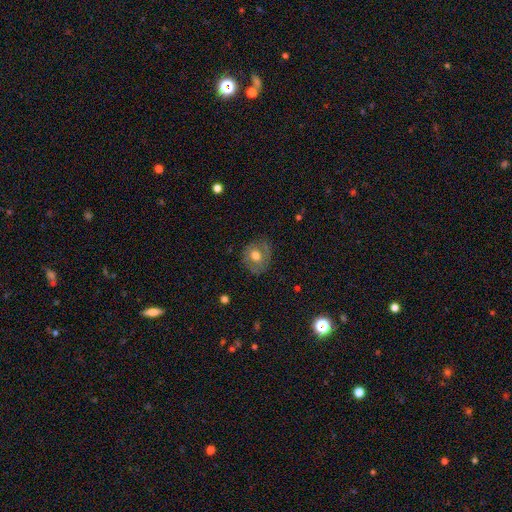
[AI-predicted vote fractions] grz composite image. It shows a smooth galaxy with no disk features (52%) that is round (75%). Merging: none (75%).